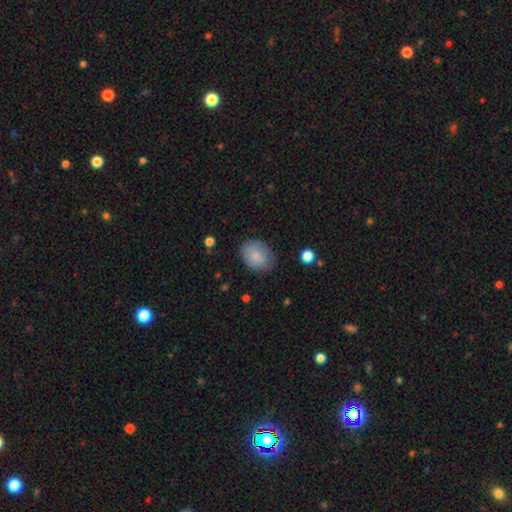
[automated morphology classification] A smooth galaxy with no disk features (81%) that is in between round and cigar-shaped (61%). Merging: none (74%).